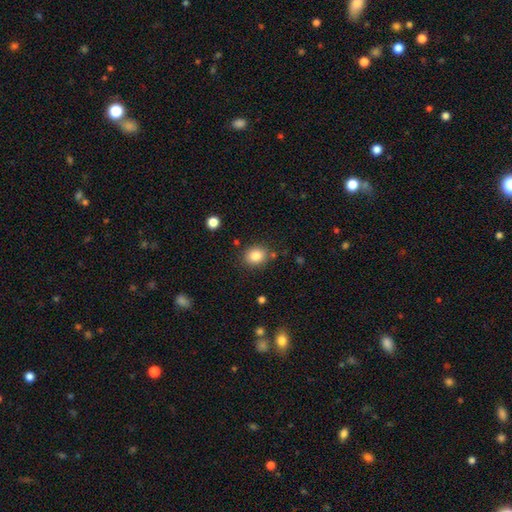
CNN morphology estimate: Smooth or featured? smooth (84%)
How rounded? round (69%)
Merging? none (83%)